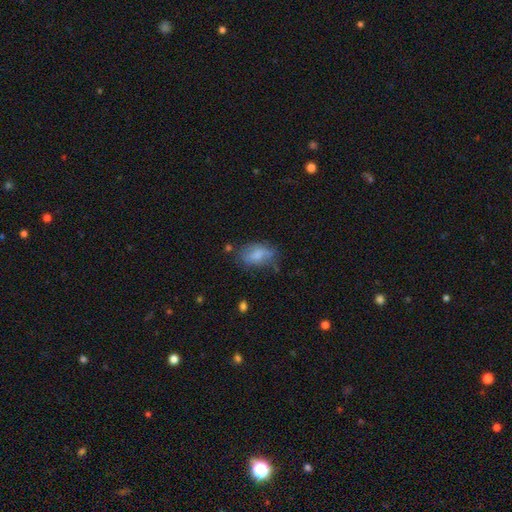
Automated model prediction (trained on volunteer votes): Overall: smooth (65%). How rounded: in between (88%). Merging: none (57%; minor disturbance 28%).